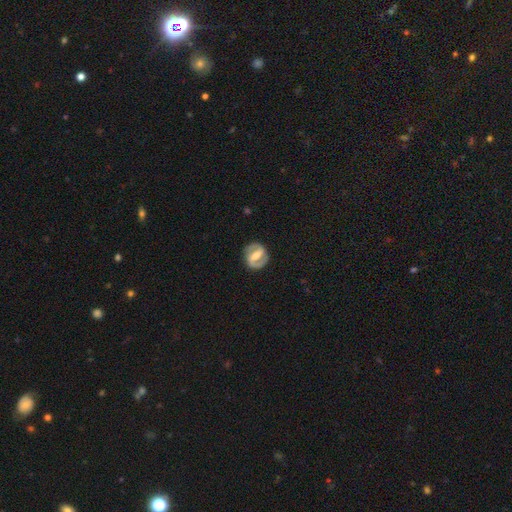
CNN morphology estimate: Smooth or featured? featured or disk (83%)
Edge-on disk? no (97%)
Bar? strong (60%)
Spiral arms? yes (90%)
Spiral winding? medium (48%)
Spiral arm count? 2 (91%)
Bulge size? moderate (55%)
Merging? none (86%)